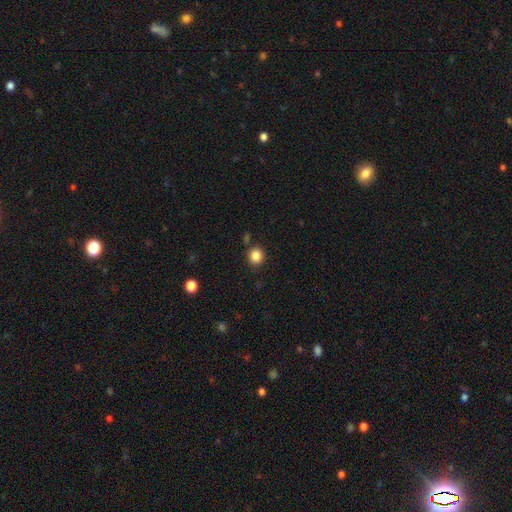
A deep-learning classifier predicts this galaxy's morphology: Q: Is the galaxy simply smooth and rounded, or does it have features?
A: smooth — 85%.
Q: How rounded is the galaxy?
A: round — 81%.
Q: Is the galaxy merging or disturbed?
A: none — 83%.